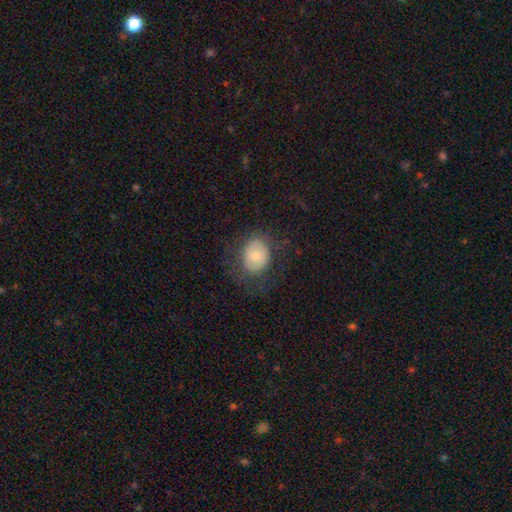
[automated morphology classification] Smooth or featured: smooth — 55% (featured or disk — 37%)
How rounded: round — 52% (in between — 47%)
Merging: none — 65% (minor disturbance — 19%)